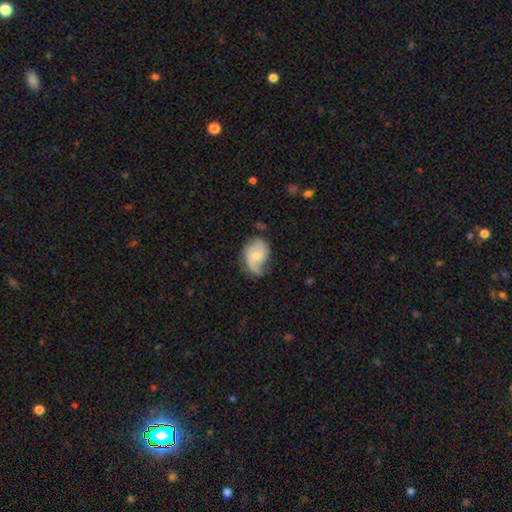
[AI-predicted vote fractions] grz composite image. It shows a featured or disk galaxy (56%) with no bar (66%), spiral arms (85%) and a small central bulge (47%). Merging: none (44%).